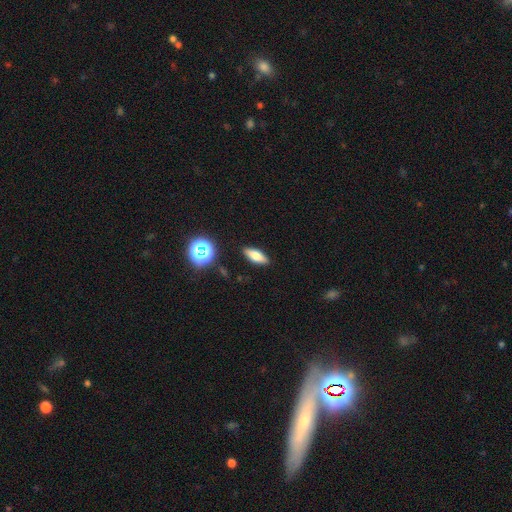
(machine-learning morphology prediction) The model was most divided on "how rounded": in between: 69%, cigar-shaped: 27%, round: 5%. More confident: merging — none (88%); smooth or featured — smooth (70%).